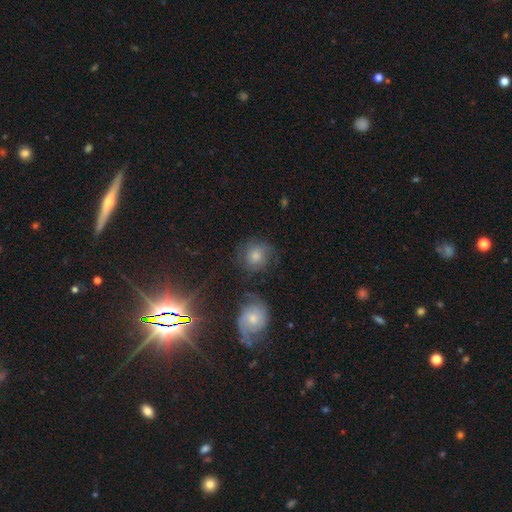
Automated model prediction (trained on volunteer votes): The model was most divided on "smooth or featured": smooth: 63%, featured or disk: 24%, star or artifact: 13%. More confident: how rounded — round (83%); merging — none (63%).